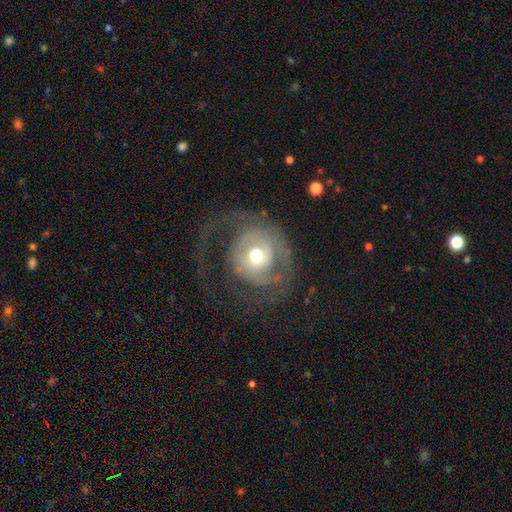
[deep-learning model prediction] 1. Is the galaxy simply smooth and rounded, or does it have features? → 62% featured or disk, 30% smooth, 8% star or artifact.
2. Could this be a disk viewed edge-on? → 97% no, 3% yes.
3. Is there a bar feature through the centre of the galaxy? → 78% no, 18% weak, 5% strong.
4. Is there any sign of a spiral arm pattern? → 63% yes, 37% no.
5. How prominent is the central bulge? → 66% moderate, 16% small, 15% large, 2% dominant, 1% none.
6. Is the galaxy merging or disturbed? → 42% major disturbance, 41% none, 15% minor disturbance, 2% merger.